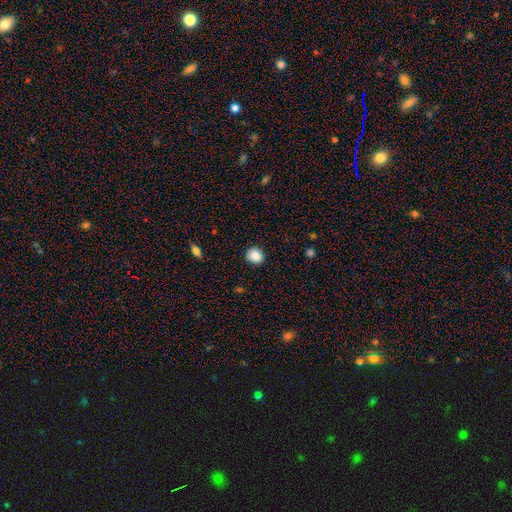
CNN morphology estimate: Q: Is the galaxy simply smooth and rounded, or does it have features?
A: smooth — 87%.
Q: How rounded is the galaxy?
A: round — 78%.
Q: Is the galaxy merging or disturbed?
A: none — 84%.